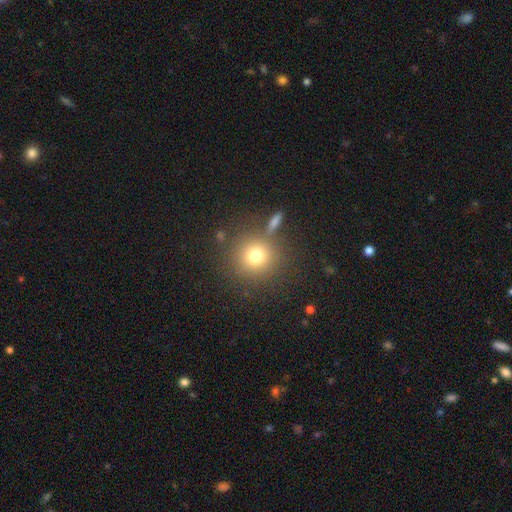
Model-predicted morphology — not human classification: smooth 75%, star or artifact 14%, featured or disk 11%. Down the decision tree: how rounded — round (92%); merging — none (78%).